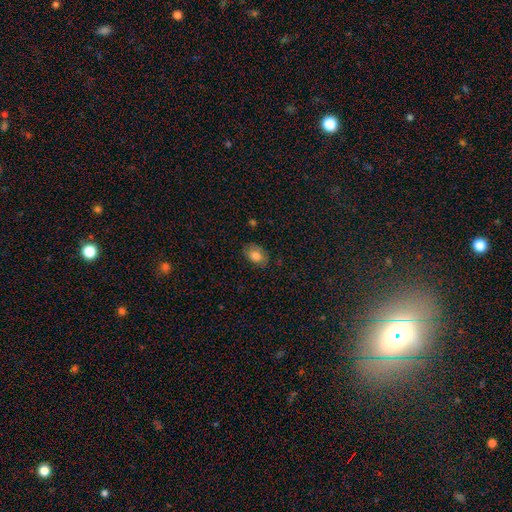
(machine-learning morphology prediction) type=smooth (81%); roundness=in between (88%); merging=none (77%).